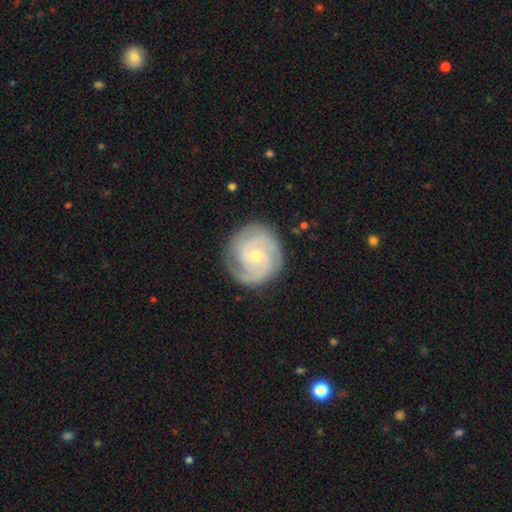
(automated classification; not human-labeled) This appears to be a featured or disk galaxy (84%) with no bar (72%), 2 (34%) tight (64%) spiral arms (97%) and a small central bulge (73%). Merging: none (82%).